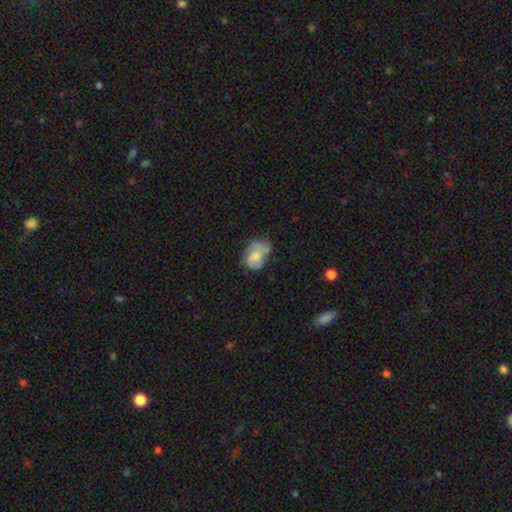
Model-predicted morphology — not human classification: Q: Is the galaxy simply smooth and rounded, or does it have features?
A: smooth — 46%, tied with featured or disk.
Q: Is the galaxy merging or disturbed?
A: none — 42%.